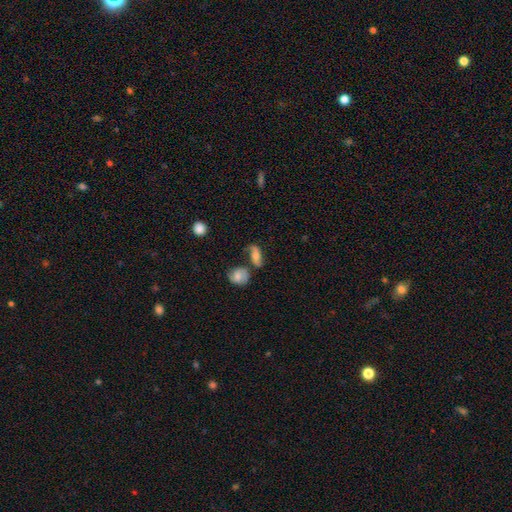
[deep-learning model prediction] Smooth or featured? Predicted: featured or disk (p=0.51). Edge-on disk? Predicted: no (p=0.86). Merging? Predicted: none (p=0.51).